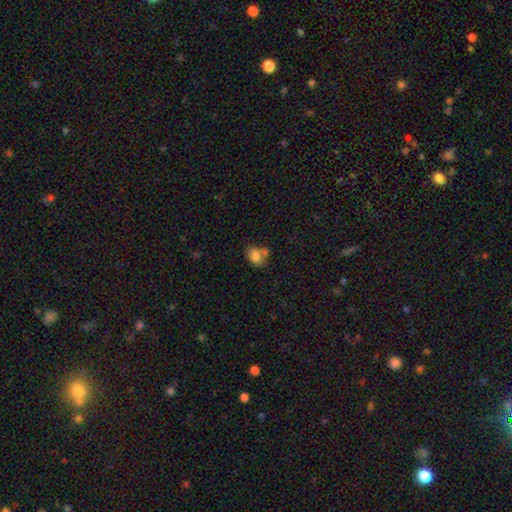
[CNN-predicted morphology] A smooth galaxy with no disk features (81%) that is in between round and cigar-shaped (71%).

Vote fractions:
- Smooth or featured? smooth: 81% / featured or disk: 10% / star or artifact: 9%
- How rounded? in between: 71% / round: 28% / cigar-shaped: 1%
- Merging? none: 48% / merger: 31% / minor disturbance: 15% / major disturbance: 5%